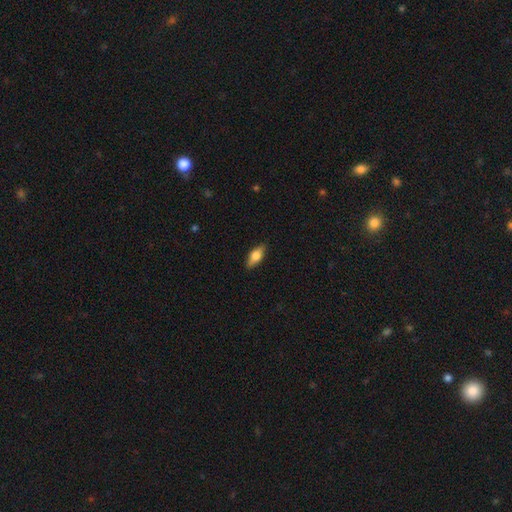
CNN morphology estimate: Overall: smooth (64%; featured or disk 30%). How rounded: in between (73%). Merging: none (87%).